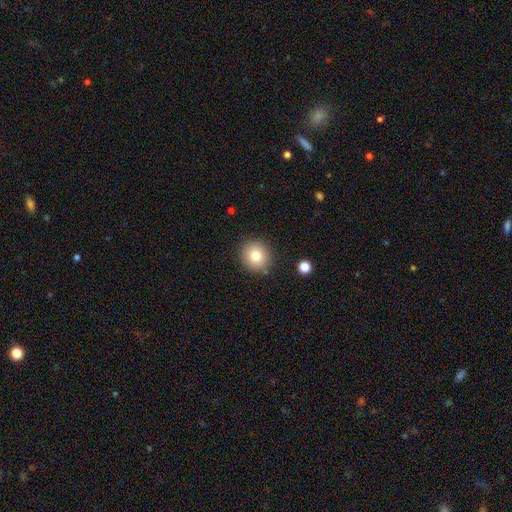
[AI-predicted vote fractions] Smooth or featured? smooth (80%)
How rounded? round (92%)
Merging? none (88%)